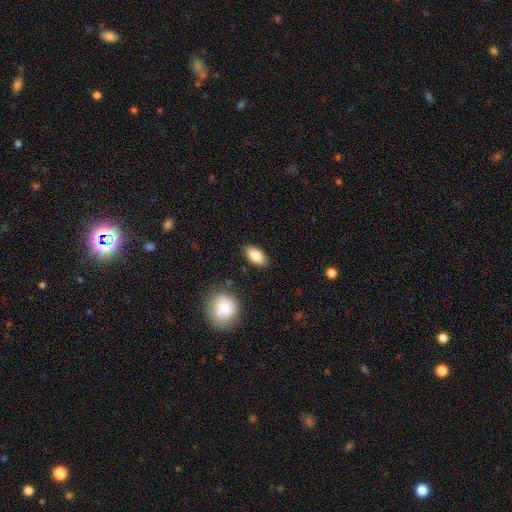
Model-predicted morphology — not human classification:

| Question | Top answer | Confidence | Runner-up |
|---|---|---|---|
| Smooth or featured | smooth | 83% | featured or disk (10%) |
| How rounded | in between | 90% | cigar-shaped (6%) |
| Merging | none | 86% | minor disturbance (10%) |